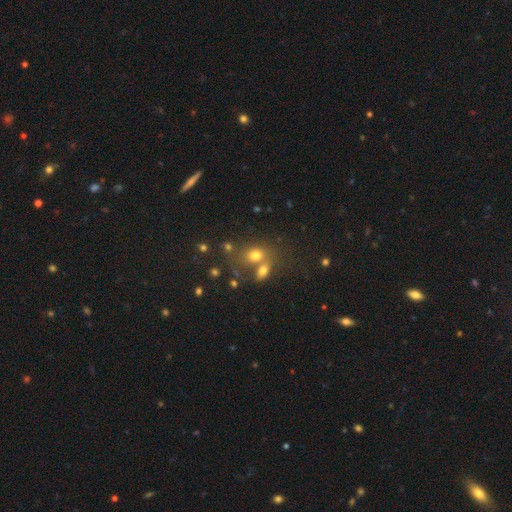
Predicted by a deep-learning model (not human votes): Smooth or featured? Predicted: smooth (p=0.70). How rounded? Predicted: in between (p=0.59). Merging? Predicted: merger (p=0.44).